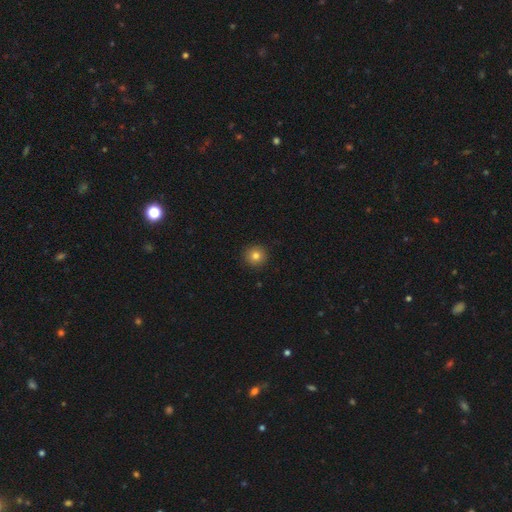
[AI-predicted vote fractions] Morphology: type=smooth (81%); roundness=round (94%); merging=none (92%).